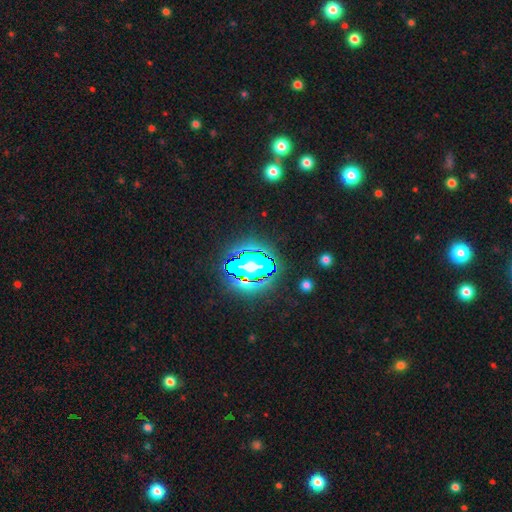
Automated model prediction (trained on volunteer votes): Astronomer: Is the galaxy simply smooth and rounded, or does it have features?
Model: star or artifact — 82%.